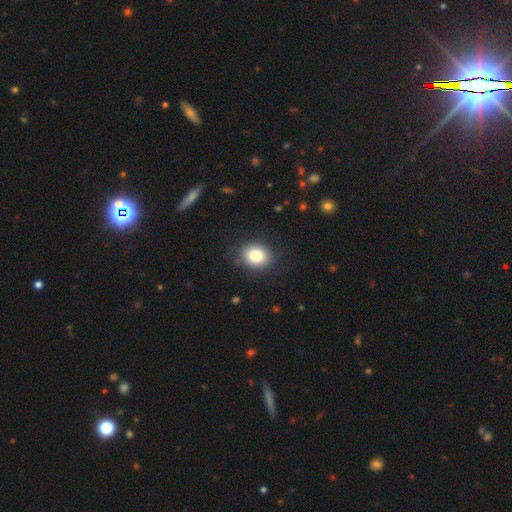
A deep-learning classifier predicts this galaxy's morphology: Smooth or featured? smooth (83%)
How rounded? in between (50%)
Merging? none (85%)